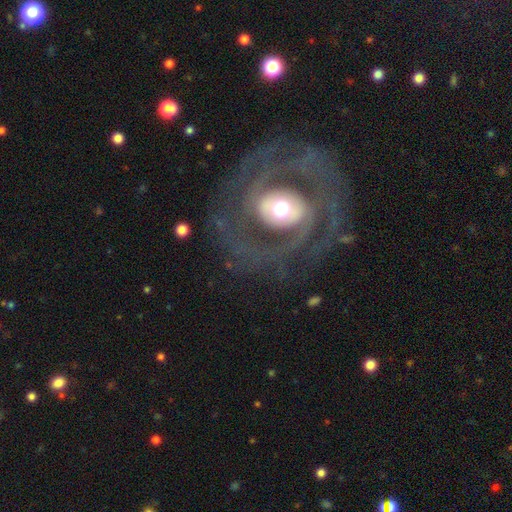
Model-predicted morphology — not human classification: A featured or disk galaxy (85%) with no bar (50%), 2 (61%) tight (50%) spiral arms (87%) and a moderate central bulge (60%).

Vote fractions:
- Smooth or featured? featured or disk: 85% / smooth: 9% / star or artifact: 6%
- Edge-on disk? no: 97% / yes: 3%
- Bar? no: 50% / weak: 30% / strong: 20%
- Spiral arms? yes: 87% / no: 13%
- Spiral winding? tight: 50% / medium: 38% / loose: 12%
- Spiral arm count? 2: 61% / can't tell: 16% / 3: 9% / 1: 5% / 4: 4% / more than 4: 4%
- Bulge size? moderate: 60% / large: 20% / small: 17% / dominant: 2% / none: 1%
- Merging? none: 76% / minor disturbance: 12% / major disturbance: 11% / merger: 1%